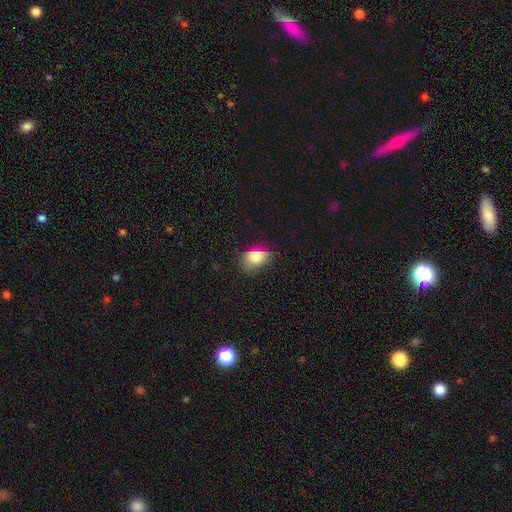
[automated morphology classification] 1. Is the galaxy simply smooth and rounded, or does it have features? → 79% smooth, 13% star or artifact, 9% featured or disk.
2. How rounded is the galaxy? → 72% in between, 26% round, 2% cigar-shaped.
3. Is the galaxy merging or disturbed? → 59% none, 29% minor disturbance, 10% major disturbance, 2% merger.